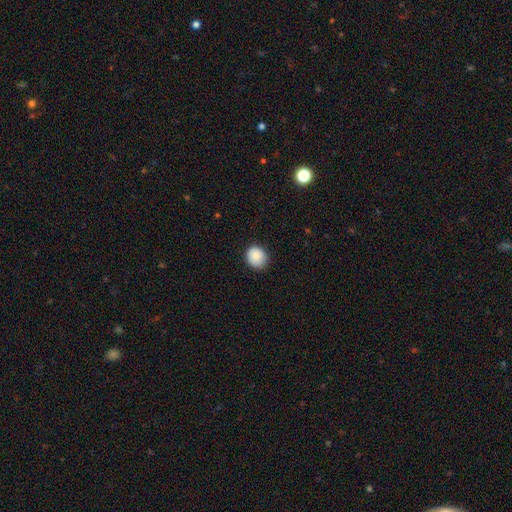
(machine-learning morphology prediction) Q: Smooth or featured?
A: smooth (87%); runner-up: star or artifact (8%)
Q: How rounded?
A: round (76%); runner-up: in between (23%)
Q: Merging?
A: none (81%); runner-up: minor disturbance (16%)